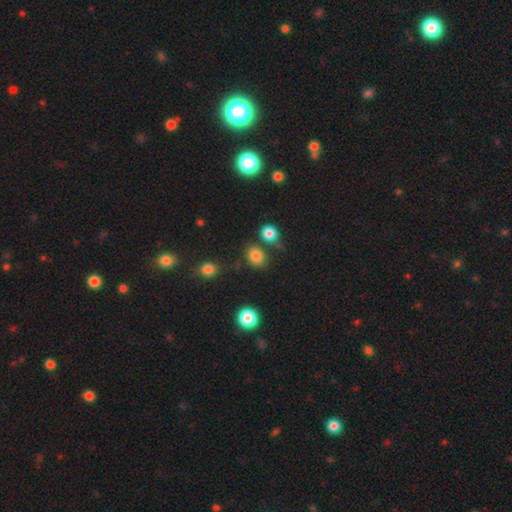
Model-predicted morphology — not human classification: This appears to be a smooth galaxy with no disk features (82%) that is round (60%). Merging: none (73%).